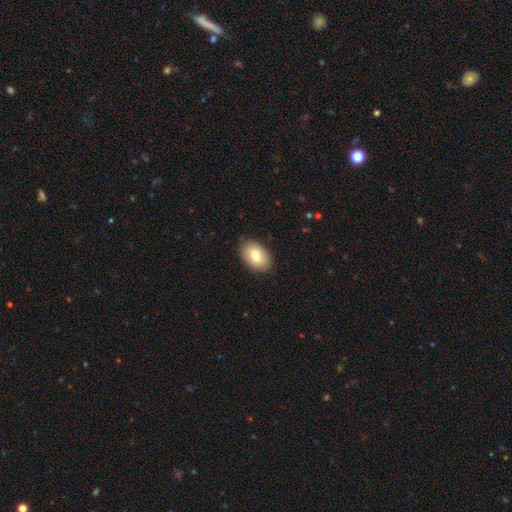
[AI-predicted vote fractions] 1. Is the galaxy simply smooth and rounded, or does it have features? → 79% smooth, 14% featured or disk, 7% star or artifact.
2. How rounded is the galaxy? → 90% in between, 9% round, 1% cigar-shaped.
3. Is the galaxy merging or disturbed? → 85% none, 12% minor disturbance, 2% major disturbance, 1% merger.